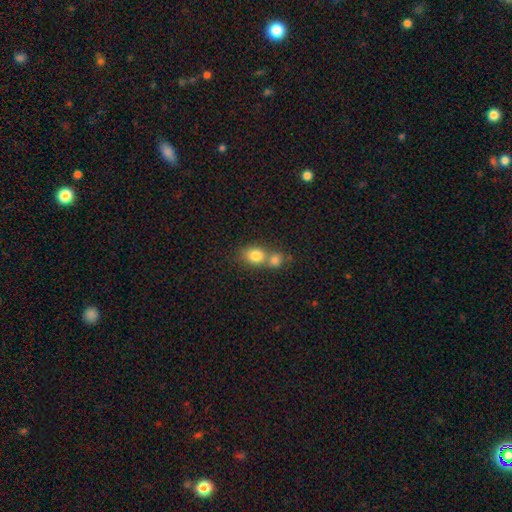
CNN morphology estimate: smooth_or_featured: smooth (p=0.81) [alt: star or artifact p=0.10]
how_rounded: round (p=0.63) [alt: in between p=0.35]
merging: merger (p=0.58) [alt: none p=0.32]